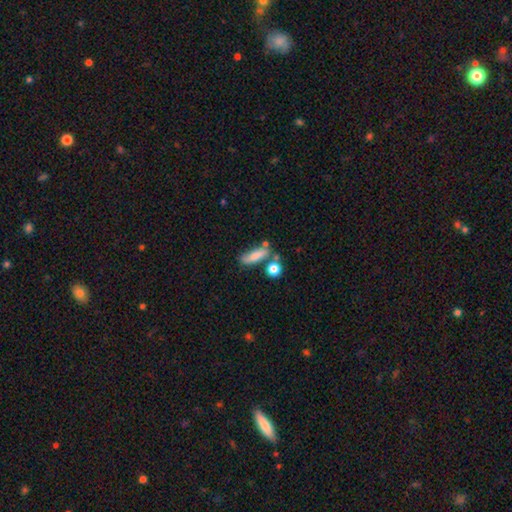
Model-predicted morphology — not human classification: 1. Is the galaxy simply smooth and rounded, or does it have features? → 67% smooth, 23% featured or disk, 9% star or artifact.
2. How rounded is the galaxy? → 50% in between, 41% cigar-shaped, 9% round.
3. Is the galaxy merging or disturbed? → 55% none, 20% minor disturbance, 17% merger, 8% major disturbance.